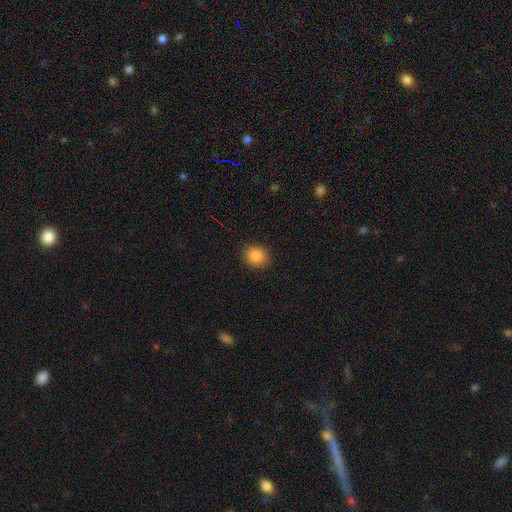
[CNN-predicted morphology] The model was most divided on "how rounded": round: 66%, in between: 33%, cigar-shaped: 1%. More confident: merging — none (89%); smooth or featured — smooth (85%).